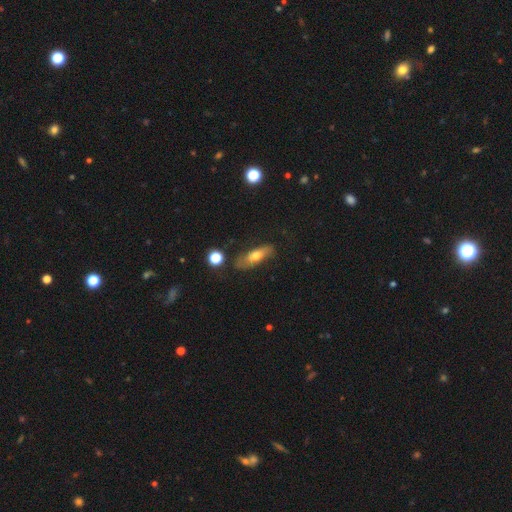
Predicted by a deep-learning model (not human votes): Morphology: type=smooth (56%); roundness=in between (55%); merging=none (73%).